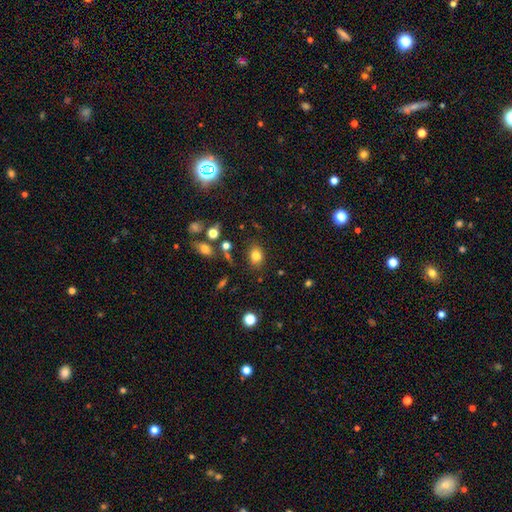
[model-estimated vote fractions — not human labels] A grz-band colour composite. It shows a smooth galaxy with no disk features (80%) that is in between round and cigar-shaped (64%). Merging: none (79%).